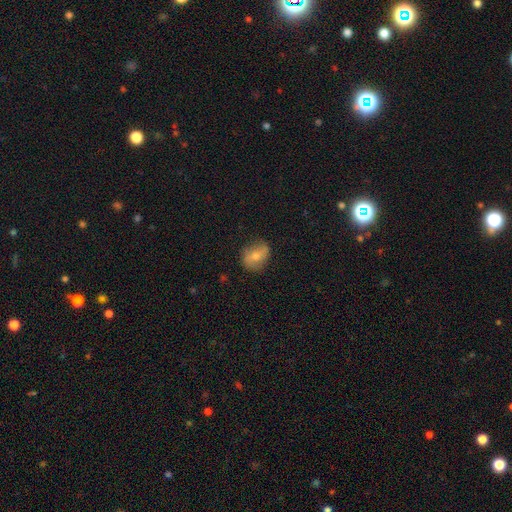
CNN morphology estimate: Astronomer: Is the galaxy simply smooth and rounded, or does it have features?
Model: smooth — 62%.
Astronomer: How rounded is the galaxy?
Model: in between — 57% (runner-up: round, 41%).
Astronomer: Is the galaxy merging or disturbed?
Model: none — 74%.